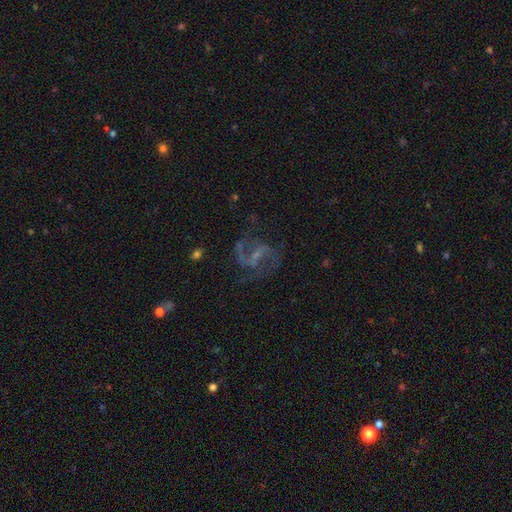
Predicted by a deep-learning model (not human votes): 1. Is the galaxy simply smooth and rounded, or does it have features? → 82% featured or disk, 10% star or artifact, 8% smooth.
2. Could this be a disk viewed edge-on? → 98% no, 2% yes.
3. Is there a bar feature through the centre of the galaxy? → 51% weak, 27% strong, 21% no.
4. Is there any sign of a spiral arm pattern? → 93% yes, 7% no.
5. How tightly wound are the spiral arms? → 47% medium, 43% loose, 10% tight.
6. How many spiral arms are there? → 87% 2, 5% can't tell, 3% 1, 3% 3, 1% 4, 1% more than 4.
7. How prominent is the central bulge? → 56% small, 26% none, 16% moderate, 2% large, 1% dominant.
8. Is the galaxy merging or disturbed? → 64% none, 17% major disturbance, 16% minor disturbance, 2% merger.